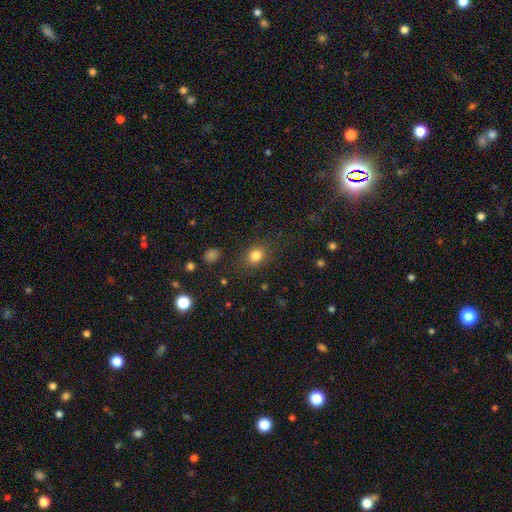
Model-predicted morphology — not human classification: smooth-or-featured: smooth: 82% | star or artifact: 12% | featured or disk: 6%
  how-rounded: round: 55% | in between: 44% | cigar-shaped: 1%
  merging: none: 83% | minor disturbance: 11% | major disturbance: 4% | merger: 2%